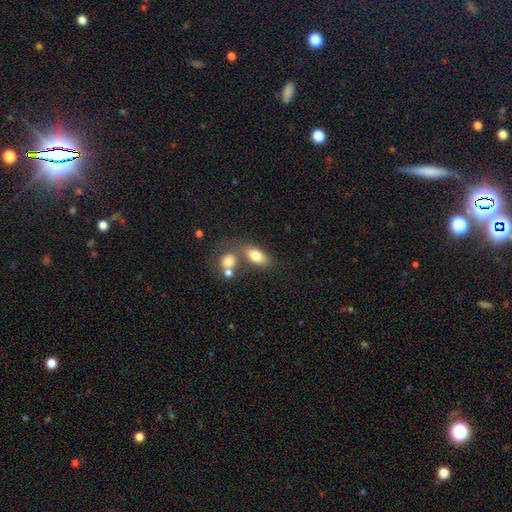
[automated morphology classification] This appears to be a smooth galaxy with no disk features (77%) that is in between round and cigar-shaped (84%). Merging: none (51%).